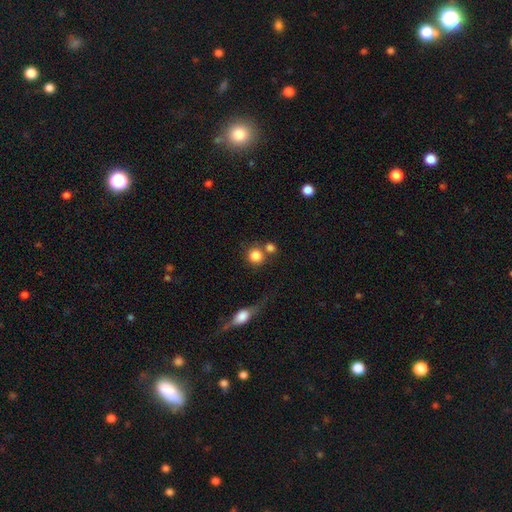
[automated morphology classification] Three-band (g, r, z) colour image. It shows a smooth galaxy with no disk features (84%) that is round (88%). Merging: none (58%).